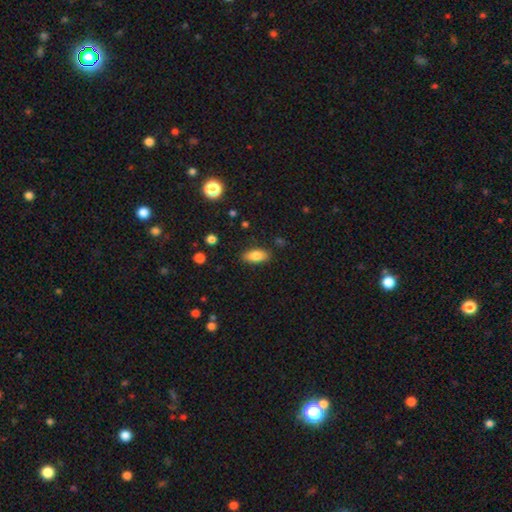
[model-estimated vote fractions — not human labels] Smooth or featured: smooth — 83% (featured or disk — 10%)
How rounded: in between — 88% (cigar-shaped — 9%)
Merging: none — 85% (minor disturbance — 11%)